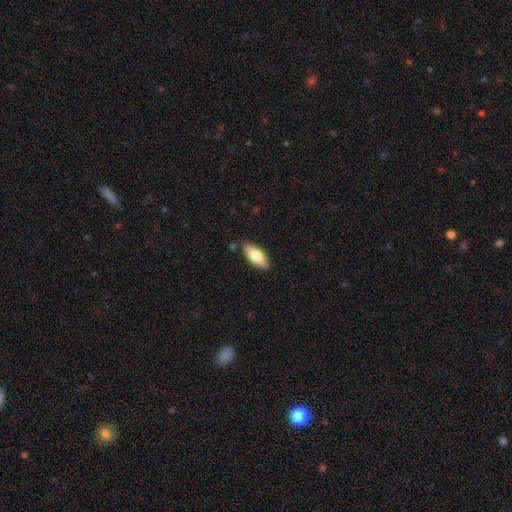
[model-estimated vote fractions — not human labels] A smooth galaxy with no disk features (76%) that is in between round and cigar-shaped (85%).

Vote fractions:
- Smooth or featured? smooth: 76% / featured or disk: 18% / star or artifact: 6%
- How rounded? in between: 85% / cigar-shaped: 13% / round: 2%
- Merging? none: 86% / minor disturbance: 11% / major disturbance: 2% / merger: 2%